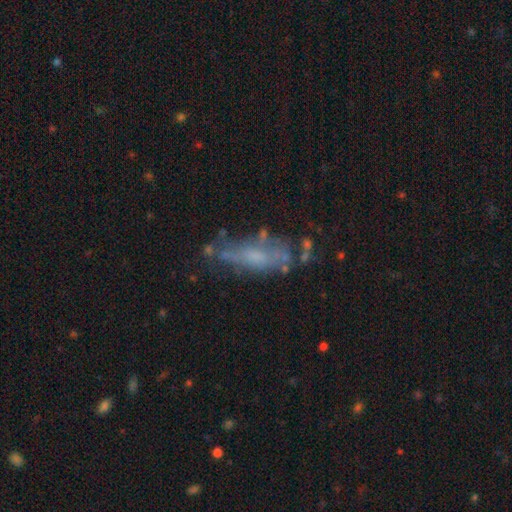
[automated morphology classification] Smooth or featured?
  - featured or disk: 52% *
  - smooth: 36%
  - star or artifact: 12%
Edge-on disk?
  - no: 67% *
  - yes: 33%
Merging?
  - none: 52% *
  - minor disturbance: 24%
  - major disturbance: 15%
  - merger: 9%